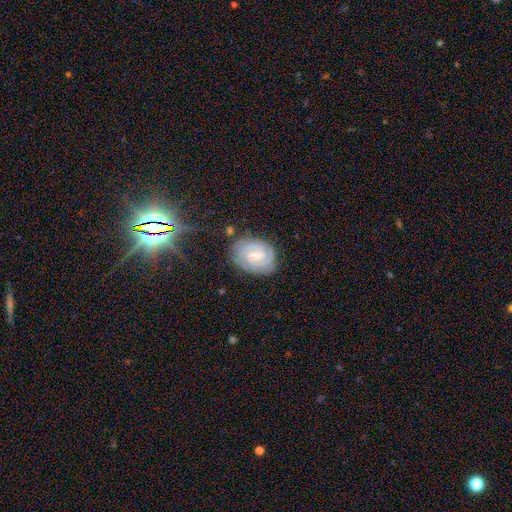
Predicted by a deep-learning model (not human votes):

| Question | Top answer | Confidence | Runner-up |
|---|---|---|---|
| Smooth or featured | featured or disk | 79% | smooth (14%) |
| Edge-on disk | no | 97% | yes (3%) |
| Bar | weak | 59% | no (21%) |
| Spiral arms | yes | 95% | no (5%) |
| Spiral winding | tight | 69% | medium (26%) |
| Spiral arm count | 2 | 46% | can't tell (25%) |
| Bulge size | small | 55% | moderate (38%) |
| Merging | none | 77% | minor disturbance (16%) |